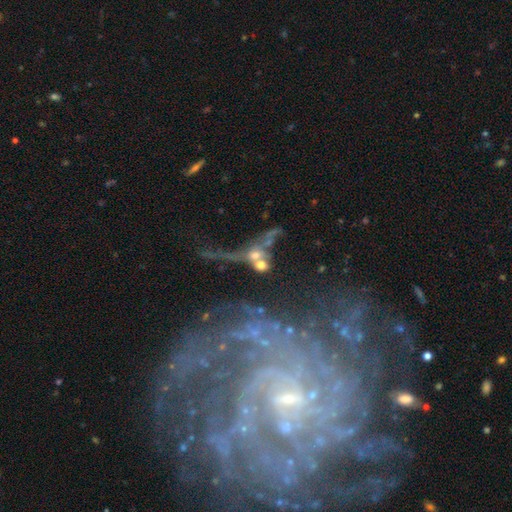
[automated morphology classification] This is marginally a featured or disk galaxy (43%). Merging: possibly merger (46%).